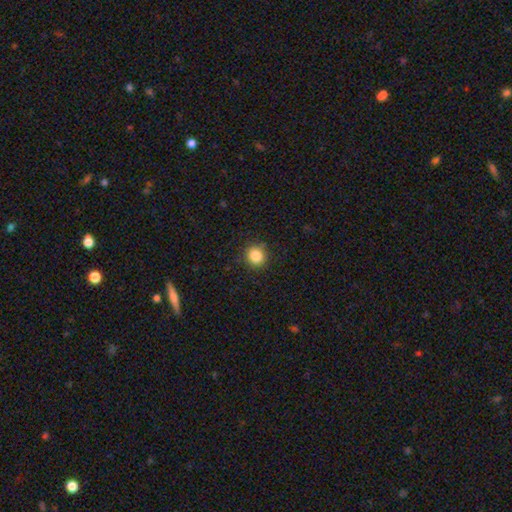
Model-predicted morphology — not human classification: Q: Smooth or featured?
A: smooth (85%); runner-up: star or artifact (11%)
Q: How rounded?
A: round (89%); runner-up: in between (10%)
Q: Merging?
A: none (88%); runner-up: minor disturbance (9%)